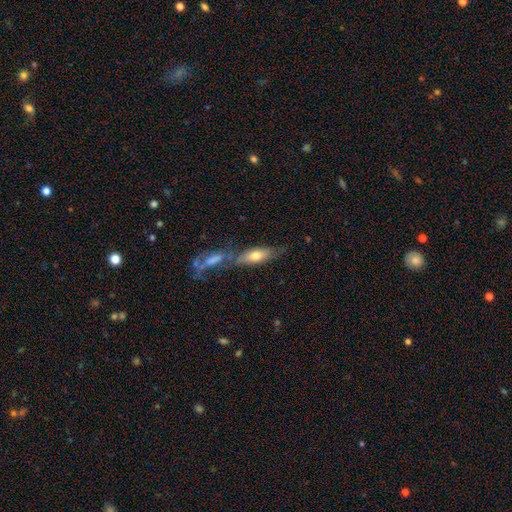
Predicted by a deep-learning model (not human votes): Morphology: type=smooth (57%); roundness=in between (59%); merging=none (46%).